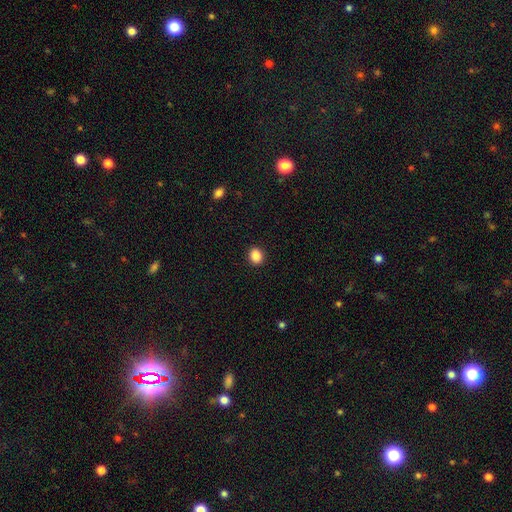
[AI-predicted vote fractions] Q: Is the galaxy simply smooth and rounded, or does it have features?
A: smooth — 88%.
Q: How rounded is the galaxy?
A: round — 64%.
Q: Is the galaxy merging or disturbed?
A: none — 92%.